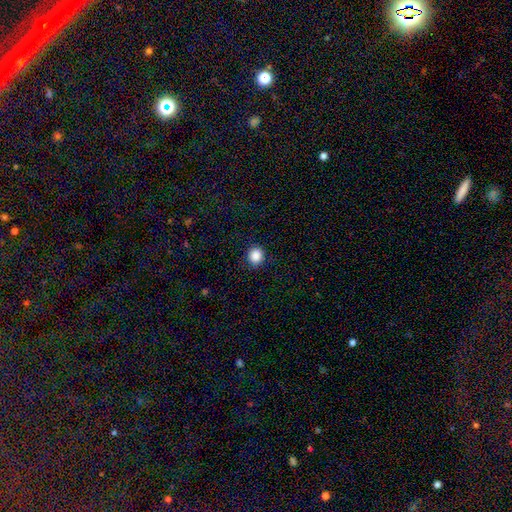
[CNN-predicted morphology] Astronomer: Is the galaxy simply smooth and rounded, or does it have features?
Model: smooth — 88%.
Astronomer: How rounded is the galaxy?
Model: round — 83%.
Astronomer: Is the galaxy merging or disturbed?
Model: none — 91%.